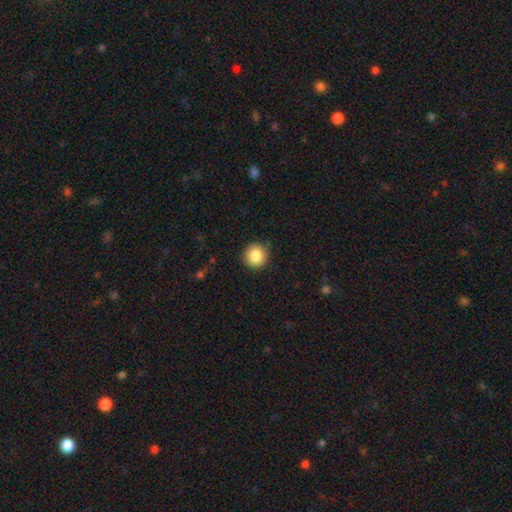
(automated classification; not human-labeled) This is clearly a smooth galaxy (85%). How rounded: clearly round (93%). Merging: clearly none (87%).